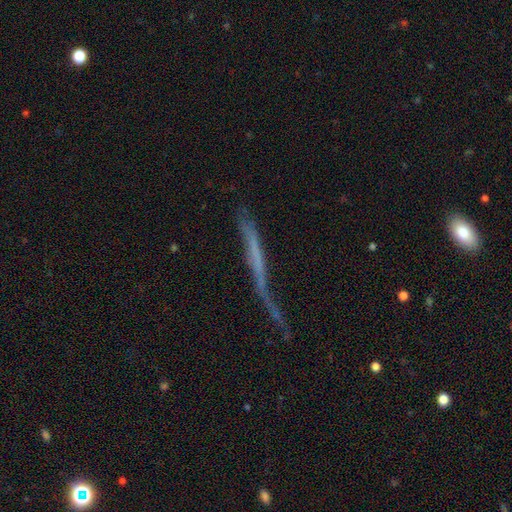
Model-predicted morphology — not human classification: Q: Smooth or featured?
A: featured or disk (54%); runner-up: smooth (33%)
Q: Edge-on disk?
A: yes (75%); runner-up: no (25%)
Q: Merging?
A: none (40%); runner-up: major disturbance (28%)